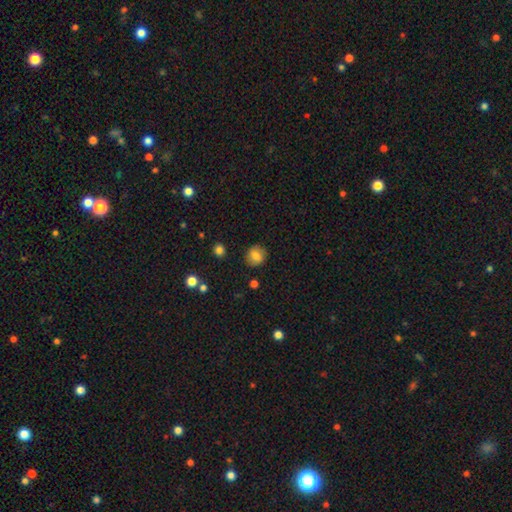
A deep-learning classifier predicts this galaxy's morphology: Overall: smooth (78%). How rounded: round (82%). Merging: none (87%).